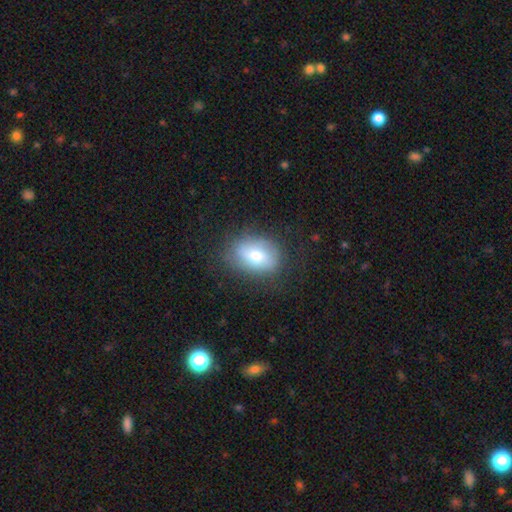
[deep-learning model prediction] This appears to be a smooth galaxy with no disk features (66%) that is in between round and cigar-shaped (76%). Merging: none (76%).